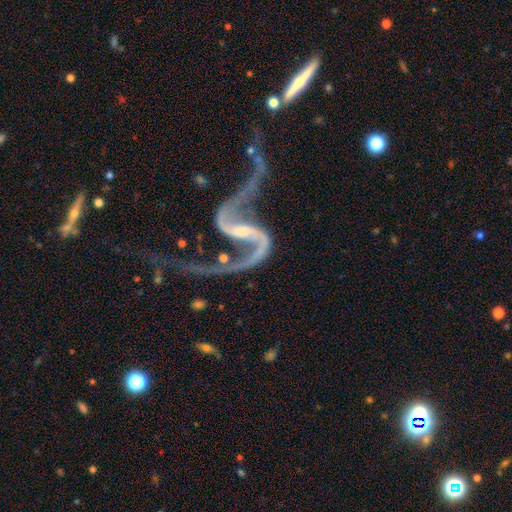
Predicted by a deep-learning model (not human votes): Smooth or featured: featured or disk — 92% (star or artifact — 5%)
Edge-on disk: no — 97% (yes — 3%)
Bar: strong — 42% (weak — 39%)
Spiral arms: yes — 97% (no — 3%)
Spiral winding: loose — 79% (medium — 16%)
Spiral arm count: 2 — 92% (1 — 3%)
Bulge size: small — 54% (none — 30%)
Merging: none — 40% (major disturbance — 30%)